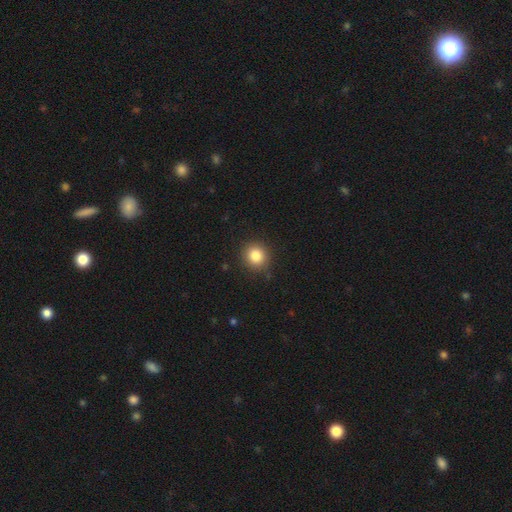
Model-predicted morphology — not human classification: Smooth or featured? Predicted: smooth (p=0.83). How rounded? Predicted: round (p=0.89). Merging? Predicted: none (p=0.88).